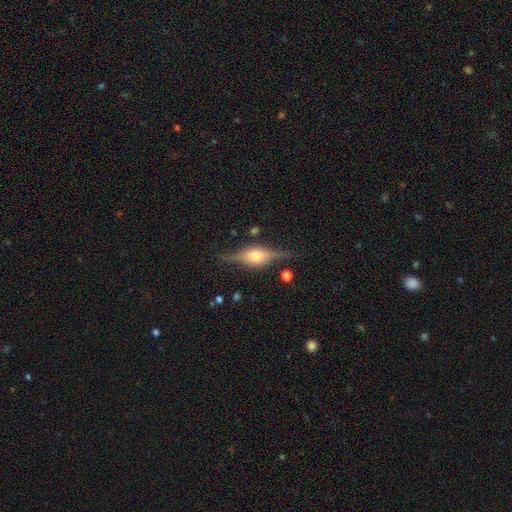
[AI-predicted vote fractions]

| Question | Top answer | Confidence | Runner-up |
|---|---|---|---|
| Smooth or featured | featured or disk | 79% | smooth (15%) |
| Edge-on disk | yes | 95% | no (5%) |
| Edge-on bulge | rounded | 89% | boxy (10%) |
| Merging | none | 82% | minor disturbance (12%) |